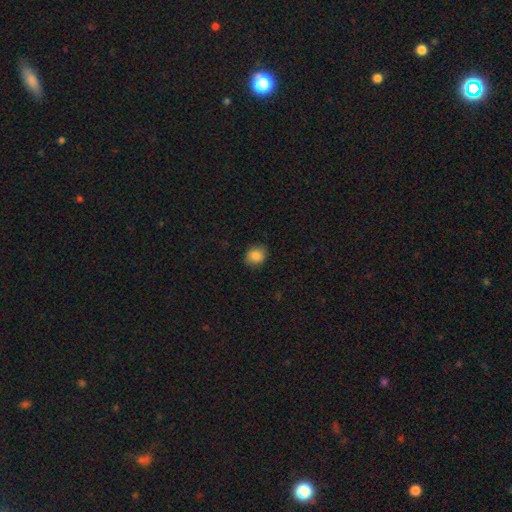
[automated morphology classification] Smooth or featured? smooth (86%)
How rounded? round (68%)
Merging? none (86%)